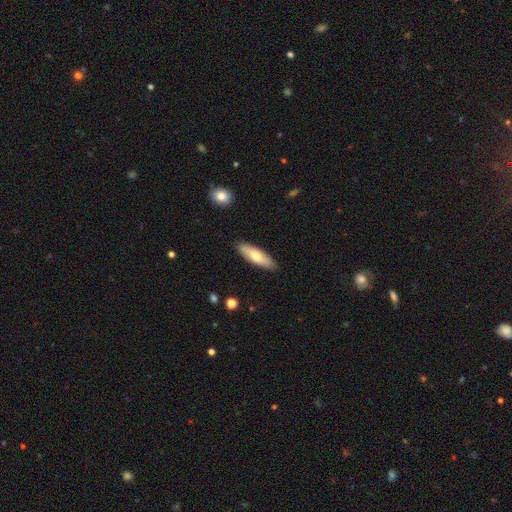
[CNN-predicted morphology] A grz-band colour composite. It shows a smooth galaxy with no disk features (67%) that is in between round and cigar-shaped (49%, tied with cigar-shaped). Merging: none (88%).